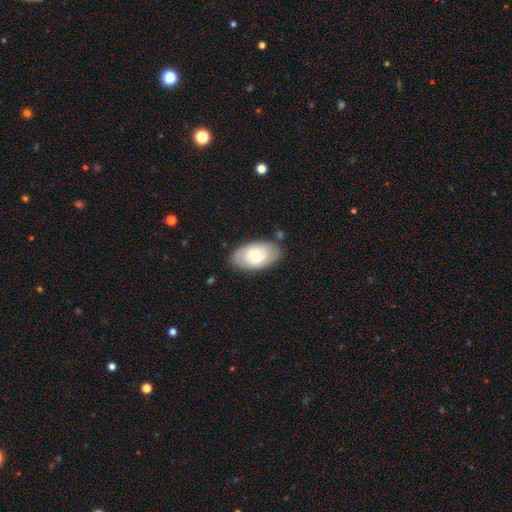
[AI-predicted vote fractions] smooth-or-featured: smooth: 56% | featured or disk: 38% | star or artifact: 6%
  how-rounded: in between: 92% | round: 6% | cigar-shaped: 1%
  merging: none: 80% | minor disturbance: 14% | major disturbance: 3% | merger: 2%